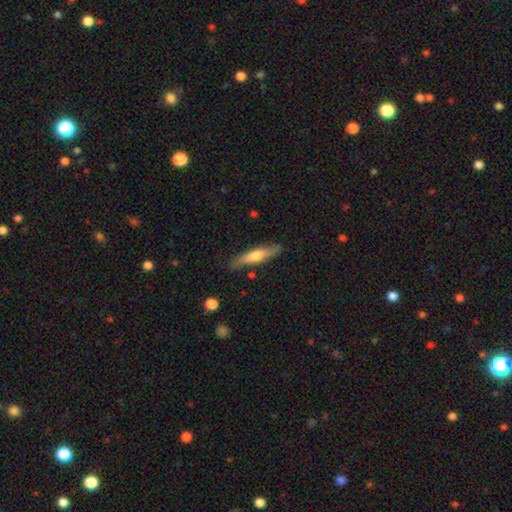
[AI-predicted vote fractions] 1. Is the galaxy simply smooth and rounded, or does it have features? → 57% smooth, 37% featured or disk, 6% star or artifact.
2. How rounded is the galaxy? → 84% cigar-shaped, 14% in between, 2% round.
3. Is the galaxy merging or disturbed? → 82% none, 13% minor disturbance, 3% major disturbance, 2% merger.